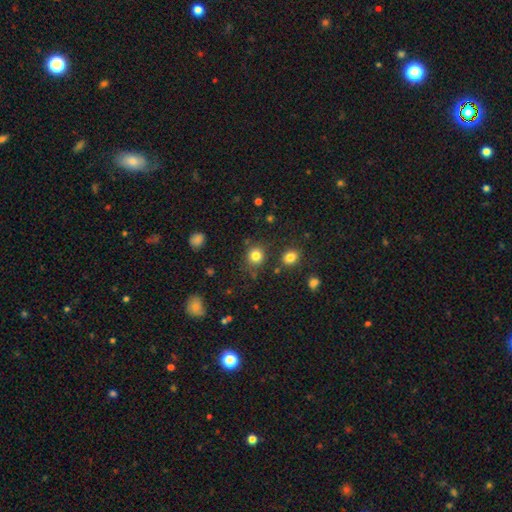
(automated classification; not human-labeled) Smooth or featured? Predicted: smooth (p=0.82). How rounded? Predicted: round (p=0.85). Merging? Predicted: none (p=0.81).